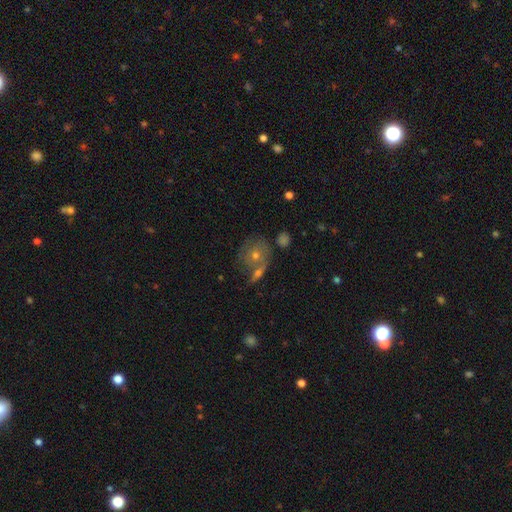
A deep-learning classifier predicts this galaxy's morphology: smooth_or_featured: featured or disk (p=0.45) [alt: smooth p=0.37]
merging: none (p=0.53) [alt: merger p=0.26]